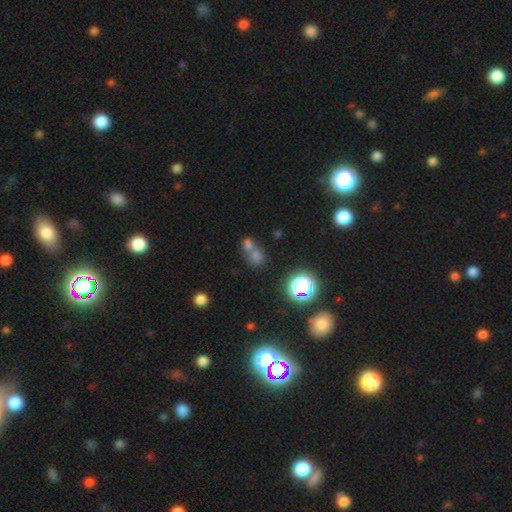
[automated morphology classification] Smooth or featured?
  - smooth: 61% *
  - star or artifact: 27%
  - featured or disk: 11%
How rounded?
  - round: 71% *
  - in between: 27%
  - cigar-shaped: 2%
Merging?
  - merger: 51% *
  - none: 39%
  - minor disturbance: 7%
  - major disturbance: 4%